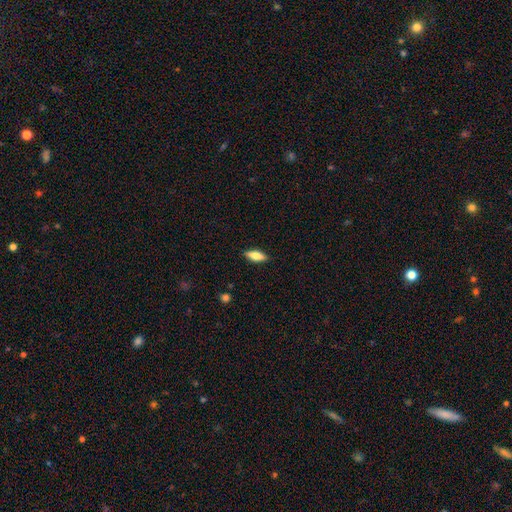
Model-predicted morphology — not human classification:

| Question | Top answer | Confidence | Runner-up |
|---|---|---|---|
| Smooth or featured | smooth | 72% | featured or disk (22%) |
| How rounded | in between | 68% | cigar-shaped (29%) |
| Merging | none | 88% | minor disturbance (9%) |